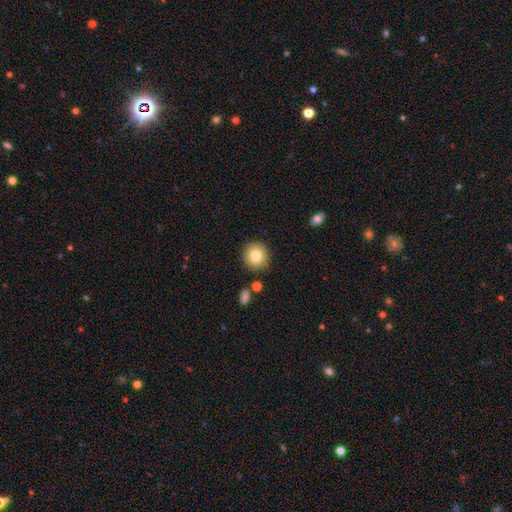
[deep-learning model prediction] Morphology: type=smooth (80%); roundness=round (93%); merging=none (88%).